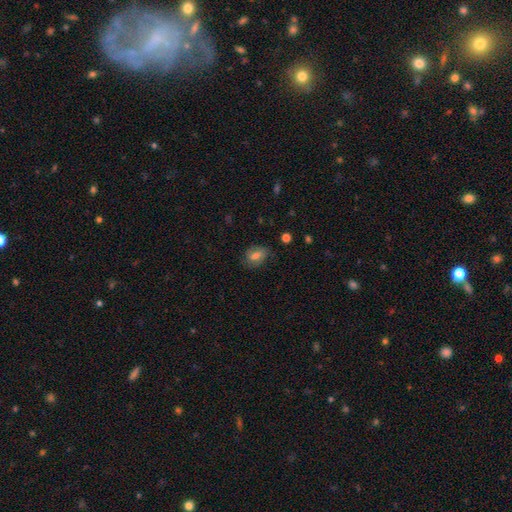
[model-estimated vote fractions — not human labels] Smooth or featured: smooth — 67% (featured or disk — 22%)
How rounded: in between — 78% (round — 20%)
Merging: none — 69% (minor disturbance — 22%)